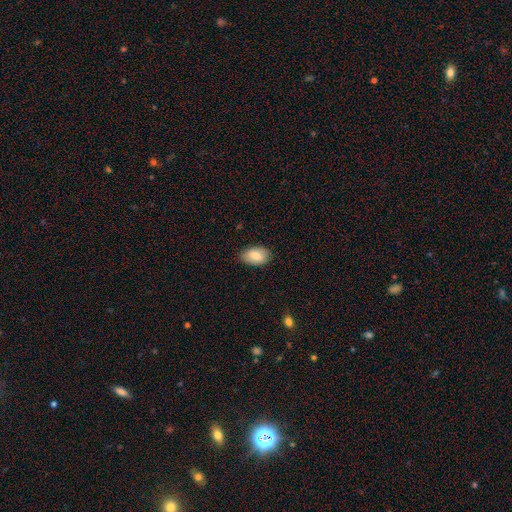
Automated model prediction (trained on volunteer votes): Smooth or featured: smooth — 79% (featured or disk — 14%)
How rounded: in between — 92% (round — 6%)
Merging: none — 83% (minor disturbance — 14%)